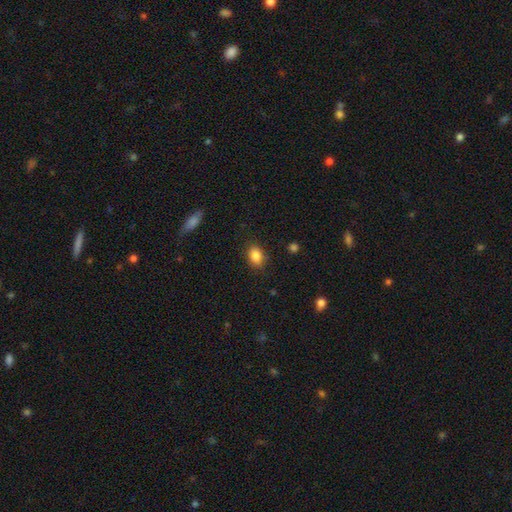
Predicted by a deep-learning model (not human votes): A smooth galaxy with no disk features (86%) that is in between round and cigar-shaped (75%).

Vote fractions:
- Smooth or featured? smooth: 86% / star or artifact: 9% / featured or disk: 5%
- How rounded? in between: 75% / round: 24% / cigar-shaped: 1%
- Merging? none: 86% / minor disturbance: 10% / major disturbance: 3% / merger: 1%